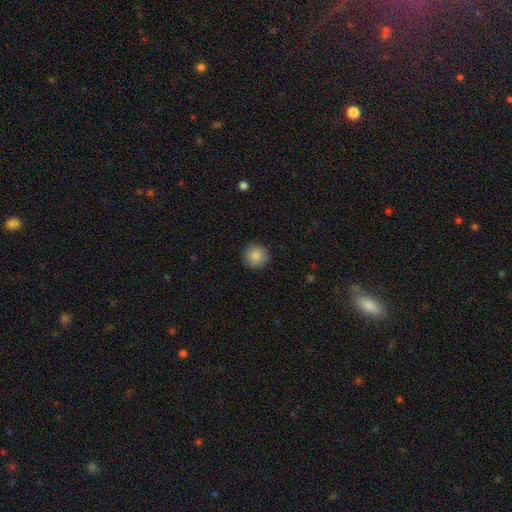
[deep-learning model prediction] This appears to be a smooth galaxy with no disk features (87%) that is round (94%). Merging: none (91%).